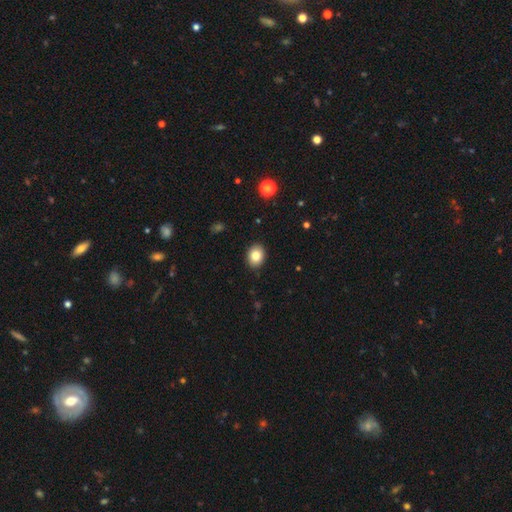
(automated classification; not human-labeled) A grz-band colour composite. It shows a smooth galaxy with no disk features (84%) that is in between round and cigar-shaped (53%). Merging: none (90%).